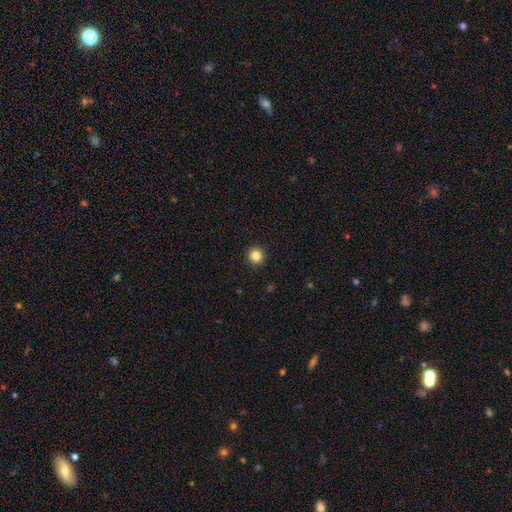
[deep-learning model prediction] This is clearly a smooth galaxy (84%). How rounded: clearly round (95%). Merging: clearly none (94%).